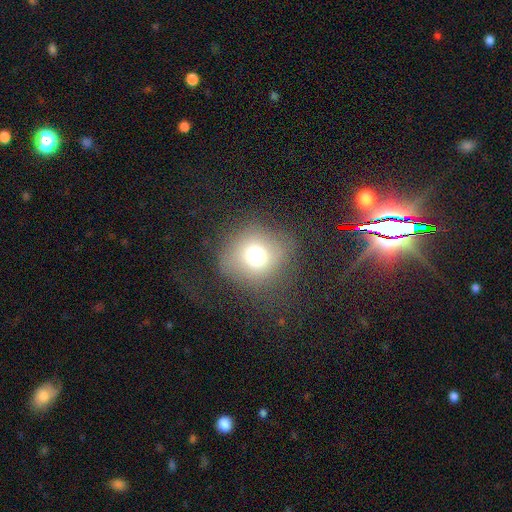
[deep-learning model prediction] Overall: smooth (72%). How rounded: round (85%). Merging: none (73%).